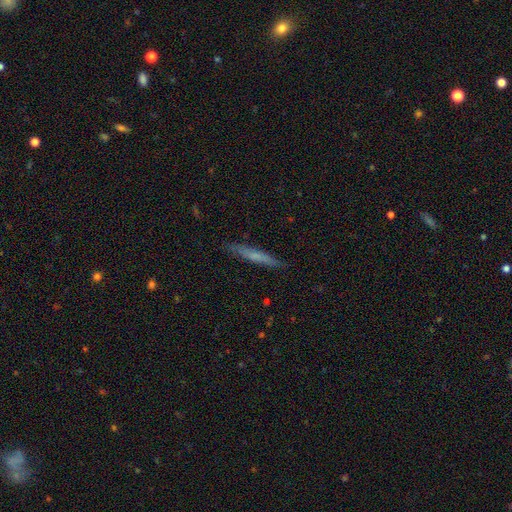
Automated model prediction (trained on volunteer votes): A smooth galaxy with no disk features (55%) that is cigar-shaped (95%).

Vote fractions:
- Smooth or featured? smooth: 55% / featured or disk: 39% / star or artifact: 6%
- How rounded? cigar-shaped: 95% / in between: 4% / round: 2%
- Merging? none: 87% / minor disturbance: 10% / major disturbance: 2% / merger: 1%